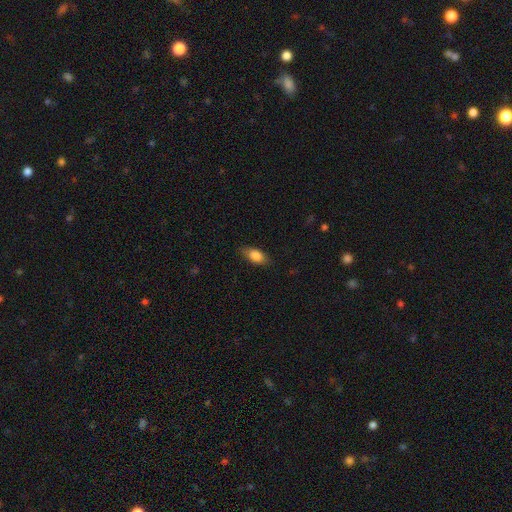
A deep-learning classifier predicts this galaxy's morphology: Smooth or featured? smooth (82%)
How rounded? in between (85%)
Merging? none (81%)